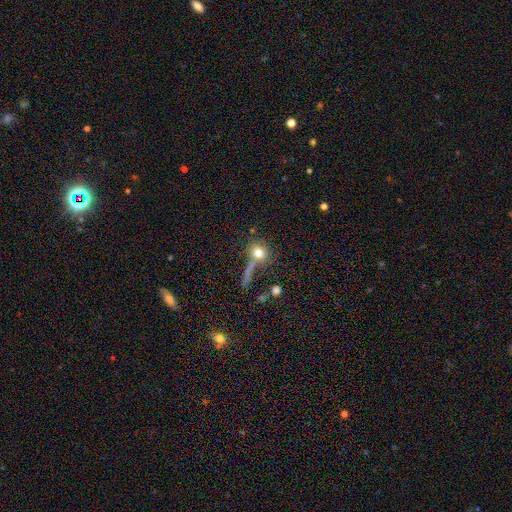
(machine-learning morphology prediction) Smooth or featured: smooth — 55% (star or artifact — 28%)
How rounded: round — 81% (in between — 13%)
Merging: none — 57% (merger — 21%)